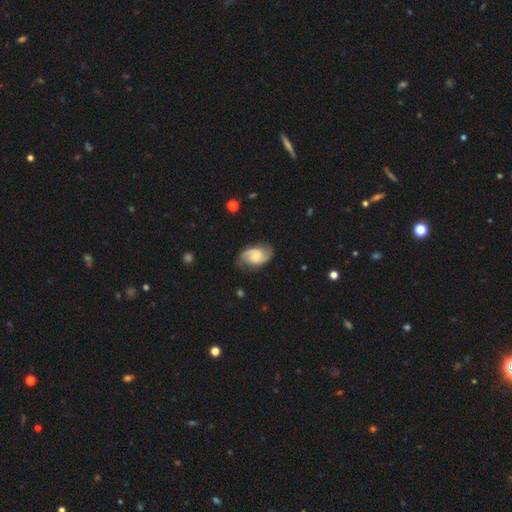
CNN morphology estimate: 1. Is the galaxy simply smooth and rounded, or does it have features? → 73% featured or disk, 21% smooth, 6% star or artifact.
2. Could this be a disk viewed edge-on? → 97% no, 3% yes.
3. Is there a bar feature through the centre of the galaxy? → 60% no, 34% weak, 6% strong.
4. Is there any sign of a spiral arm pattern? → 94% yes, 6% no.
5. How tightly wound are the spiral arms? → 47% medium, 28% loose, 25% tight.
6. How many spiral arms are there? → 88% 2, 6% can't tell, 2% 1, 2% 3, 1% 4, 1% more than 4.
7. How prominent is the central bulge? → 47% small, 42% moderate, 5% none, 4% large, 1% dominant.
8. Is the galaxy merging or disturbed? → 76% none, 18% minor disturbance, 5% major disturbance, 1% merger.